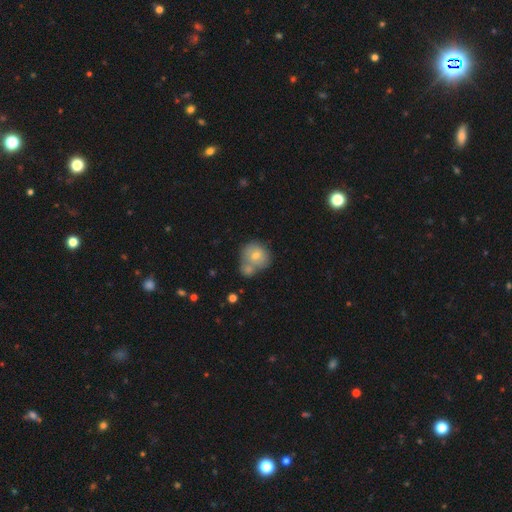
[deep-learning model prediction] smooth_or_featured: smooth (p=0.71) [alt: featured or disk p=0.21]
how_rounded: round (p=0.81) [alt: in between p=0.18]
merging: merger (p=0.54) [alt: none p=0.31]